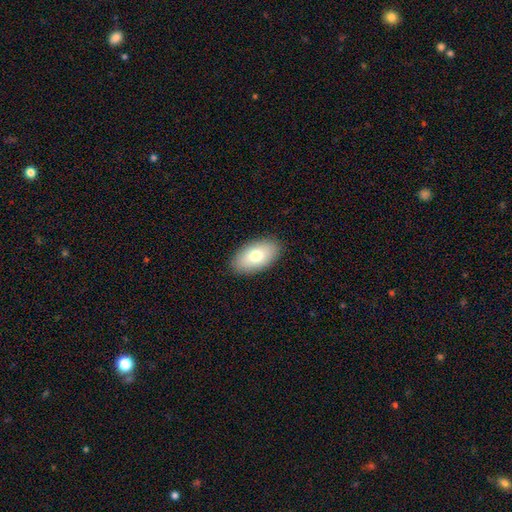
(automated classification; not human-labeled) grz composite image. It shows a smooth galaxy with no disk features (76%) that is in between round and cigar-shaped (94%). Merging: none (88%).